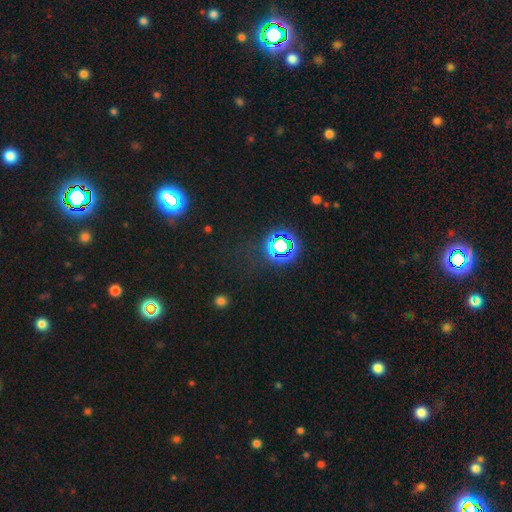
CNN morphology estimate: Smooth or featured? Predicted: star or artifact (p=0.66).